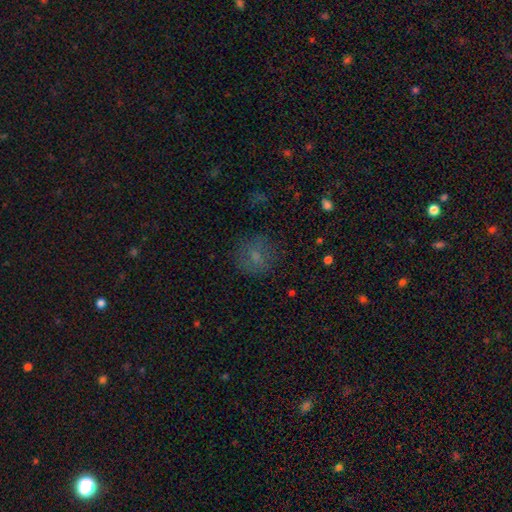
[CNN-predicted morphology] This appears to be a smooth galaxy with no disk features (67%) that is round (86%). Merging: none (79%).